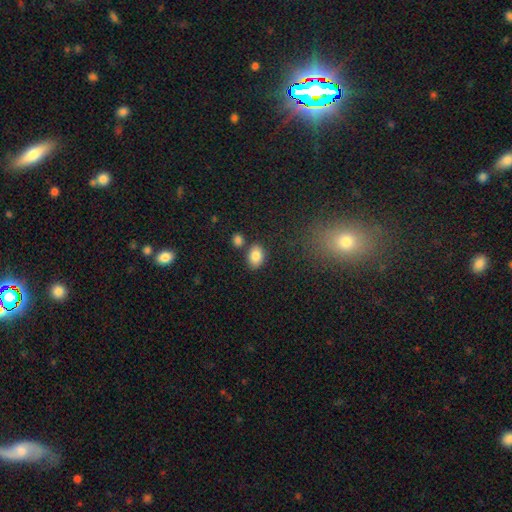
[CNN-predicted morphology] type=smooth (85%); roundness=in between (76%); merging=none (75%).